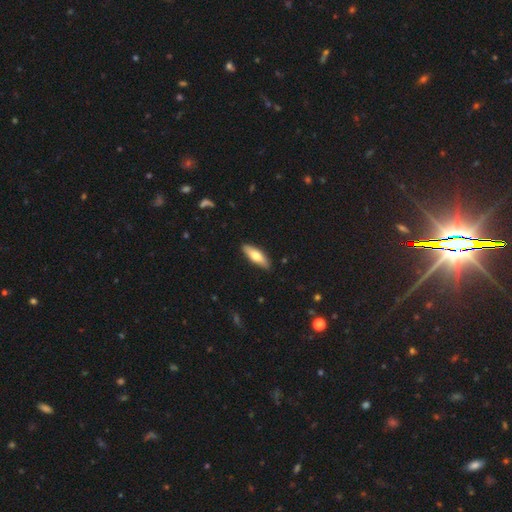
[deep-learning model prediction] Smooth or featured: smooth — 67% (featured or disk — 28%)
How rounded: in between — 55% (cigar-shaped — 43%)
Merging: none — 87% (minor disturbance — 10%)